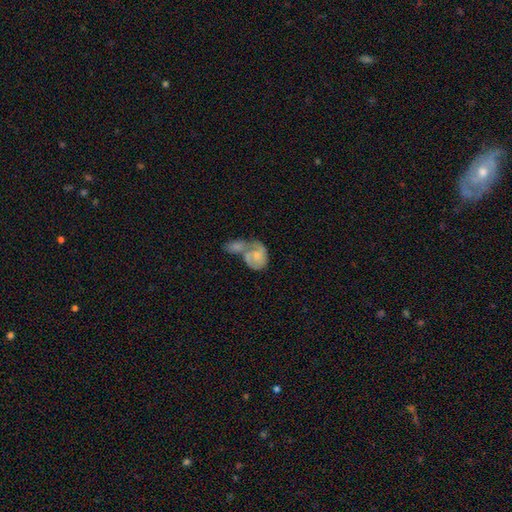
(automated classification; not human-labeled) smooth_or_featured: featured or disk (p=0.53) [alt: smooth p=0.41]
disk_edge_on: no (p=0.97) [alt: yes p=0.03]
bar: no (p=0.76) [alt: weak p=0.21]
has_spiral_arms: yes (p=0.75) [alt: no p=0.25]
bulge_size: small (p=0.47) [alt: moderate p=0.31]
merging: merger (p=0.63) [alt: none p=0.17]